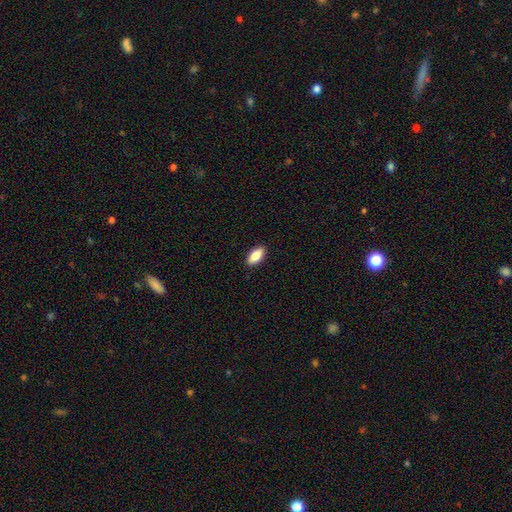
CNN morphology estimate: Q: Smooth or featured?
A: smooth (82%); runner-up: featured or disk (11%)
Q: How rounded?
A: in between (87%); runner-up: cigar-shaped (10%)
Q: Merging?
A: none (90%); runner-up: minor disturbance (8%)